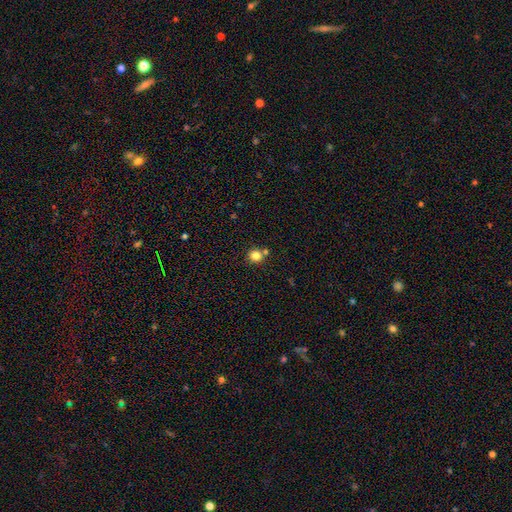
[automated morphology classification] A smooth galaxy with no disk features (82%) that is round (92%).

Vote fractions:
- Smooth or featured? smooth: 82% / star or artifact: 12% / featured or disk: 5%
- How rounded? round: 92% / in between: 7% / cigar-shaped: 1%
- Merging? none: 73% / merger: 16% / minor disturbance: 8% / major disturbance: 3%